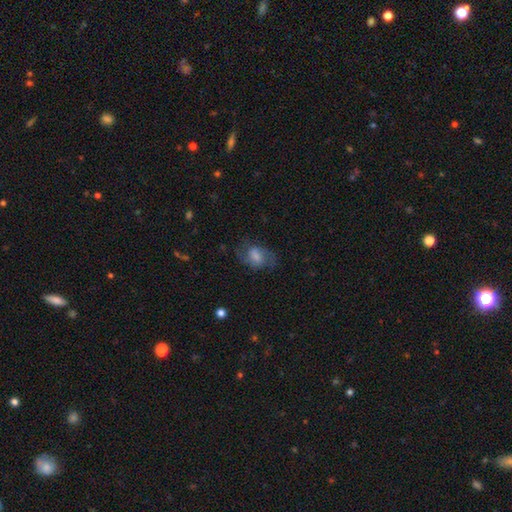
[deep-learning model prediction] Smooth or featured?
  - smooth: 52% *
  - featured or disk: 40%
  - star or artifact: 9%
How rounded?
  - in between: 77% *
  - round: 21%
  - cigar-shaped: 2%
Merging?
  - none: 60% *
  - minor disturbance: 23%
  - major disturbance: 16%
  - merger: 2%